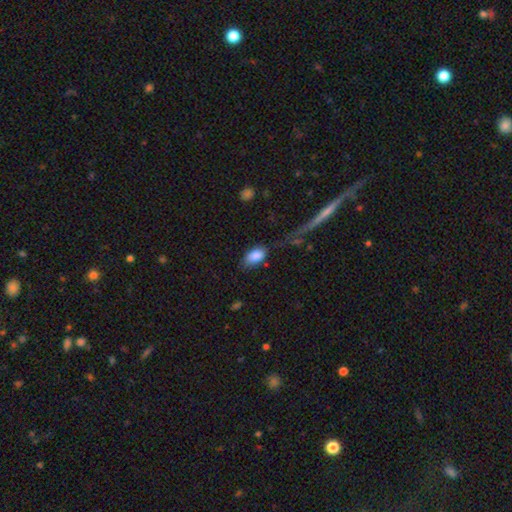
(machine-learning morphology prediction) type=smooth (86%); roundness=in between (93%); merging=none (68%).